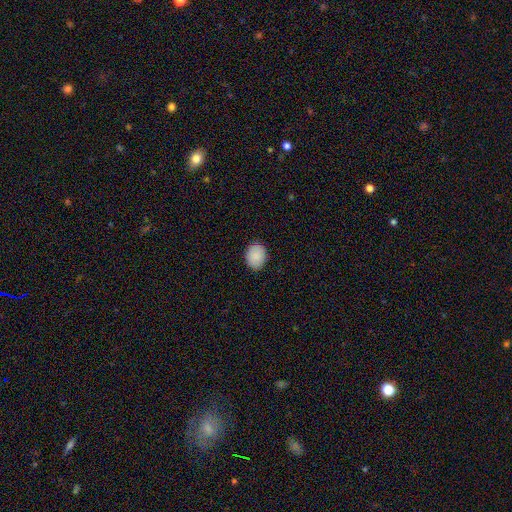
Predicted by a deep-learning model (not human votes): smooth_or_featured: smooth (p=0.89) [alt: star or artifact p=0.07]
how_rounded: in between (p=0.52) [alt: round p=0.47]
merging: none (p=0.88) [alt: minor disturbance p=0.10]